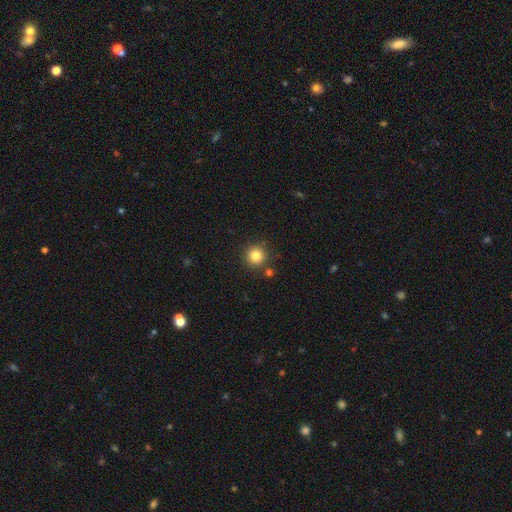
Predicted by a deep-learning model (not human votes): A smooth galaxy with no disk features (83%) that is round (95%). Merging: none (85%).